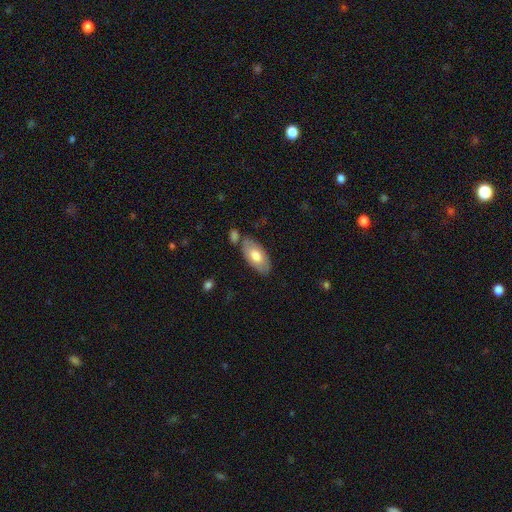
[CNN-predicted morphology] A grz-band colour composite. It shows a smooth galaxy with no disk features (68%) that is in between round and cigar-shaped (93%). Merging: none (70%).